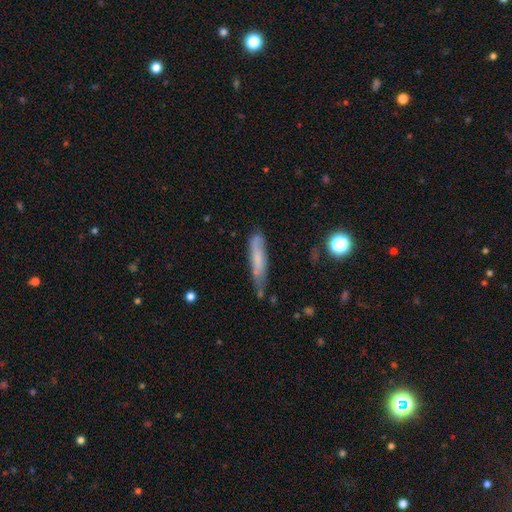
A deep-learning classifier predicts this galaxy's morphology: A smooth galaxy with no disk features (50%). Merging: none (70%).